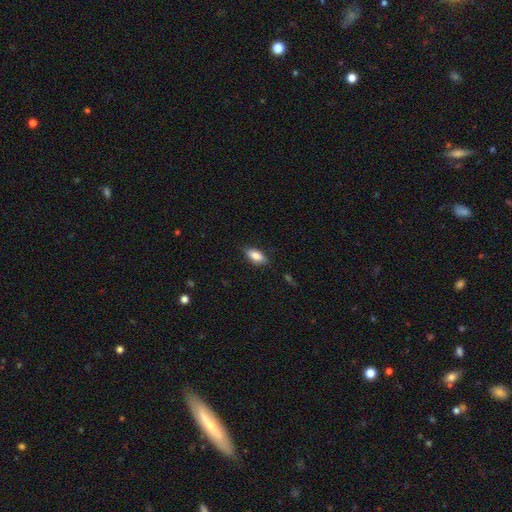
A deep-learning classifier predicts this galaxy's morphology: Q: Smooth or featured?
A: smooth (83%); runner-up: featured or disk (10%)
Q: How rounded?
A: in between (84%); runner-up: cigar-shaped (13%)
Q: Merging?
A: none (83%); runner-up: minor disturbance (13%)